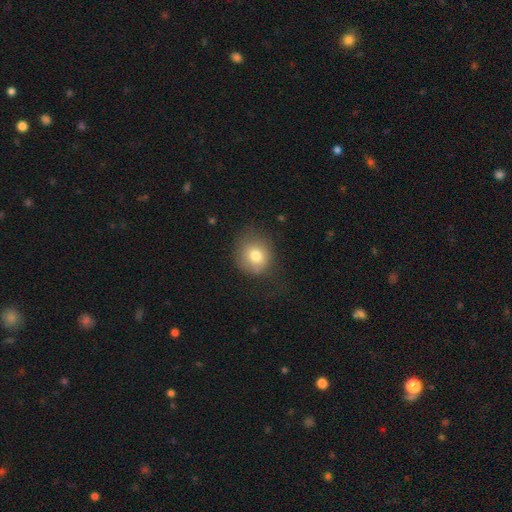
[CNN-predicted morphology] The model was most divided on "merging": none: 64%, minor disturbance: 23%, major disturbance: 11%, merger: 2%. More confident: how rounded — round (80%); smooth or featured — smooth (77%).